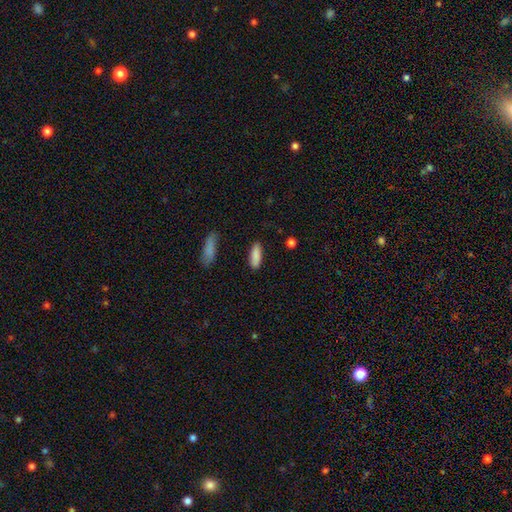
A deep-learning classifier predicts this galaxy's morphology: Smooth or featured?
  - smooth: 88% *
  - star or artifact: 6%
  - featured or disk: 5%
How rounded?
  - in between: 64% *
  - cigar-shaped: 35%
  - round: 2%
Merging?
  - none: 88% *
  - minor disturbance: 9%
  - major disturbance: 2%
  - merger: 2%